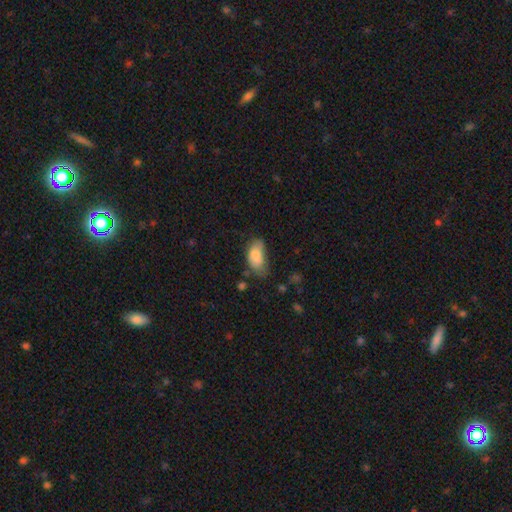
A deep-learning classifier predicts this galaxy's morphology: This appears to be a smooth galaxy with no disk features (78%) that is in between round and cigar-shaped (92%). Merging: none (40%).